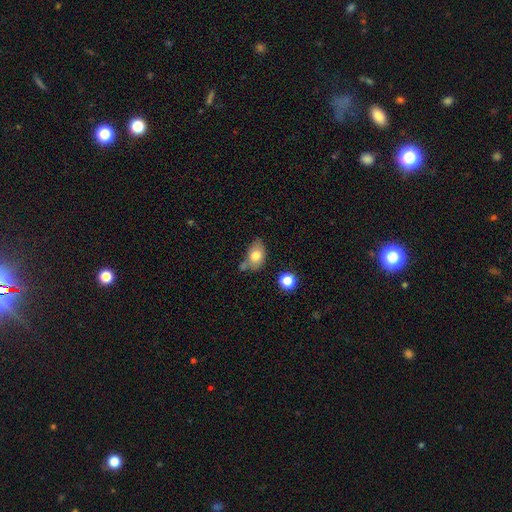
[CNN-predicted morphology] Overall: smooth (76%). How rounded: in between (82%). Merging: none (53%; minor disturbance 24%).